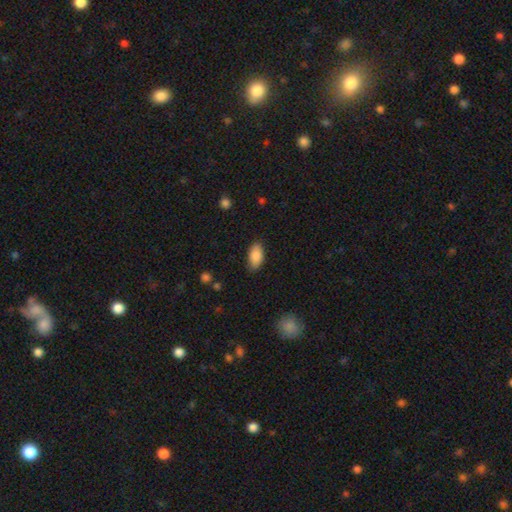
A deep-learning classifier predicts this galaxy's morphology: type=smooth (88%); roundness=in between (93%); merging=none (84%).